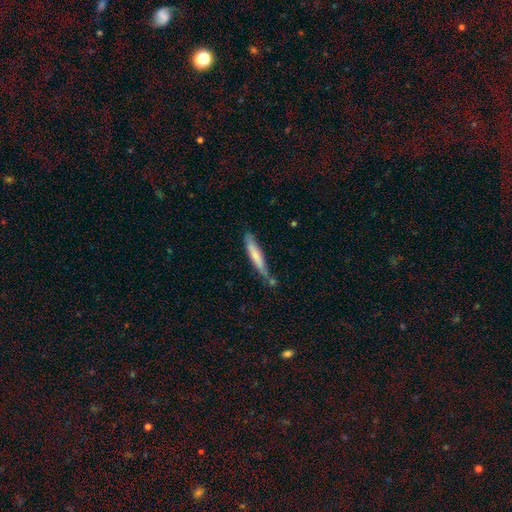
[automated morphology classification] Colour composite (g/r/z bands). It shows a smooth galaxy with no disk features (68%) that is cigar-shaped (90%). Merging: none (61%).